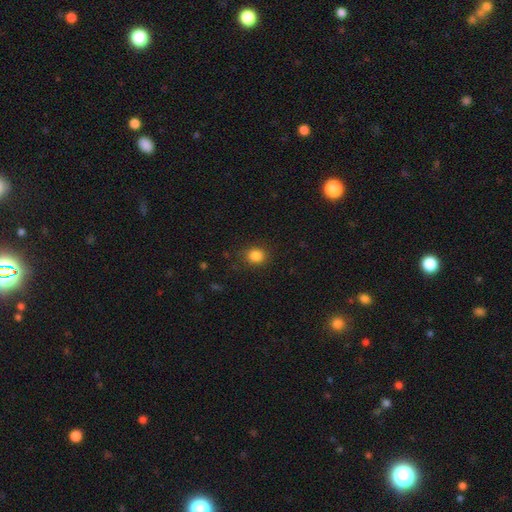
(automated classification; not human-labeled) Smooth or featured? smooth (85%)
How rounded? round (74%)
Merging? none (84%)